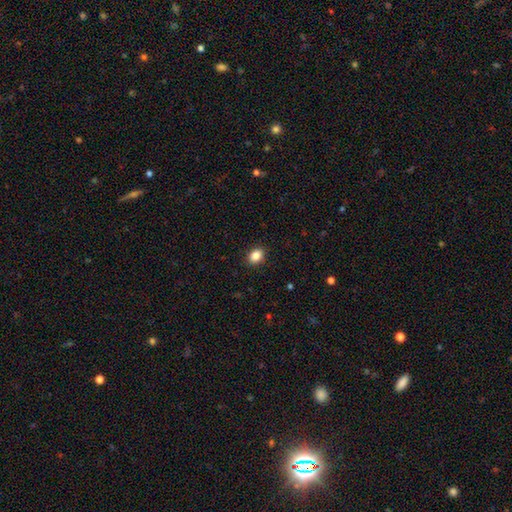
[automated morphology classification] Smooth or featured: smooth — 87% (star or artifact — 9%)
How rounded: in between — 66% (round — 33%)
Merging: none — 90% (minor disturbance — 7%)